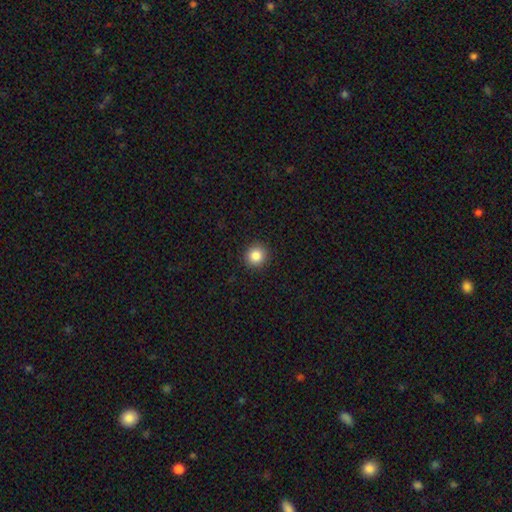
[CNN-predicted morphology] type=smooth (86%); roundness=round (91%); merging=none (92%).